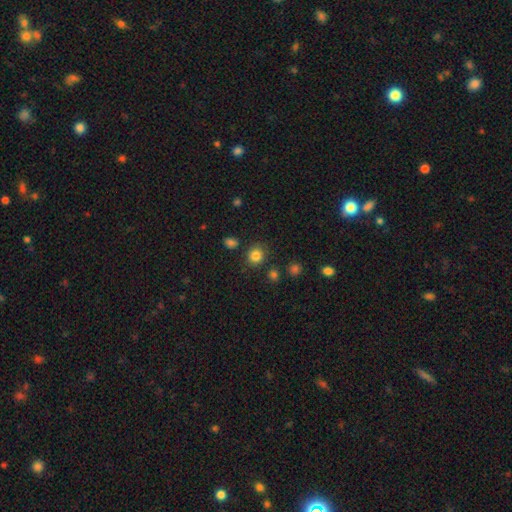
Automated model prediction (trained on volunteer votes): Smooth or featured?
  - smooth: 84% *
  - star or artifact: 12%
  - featured or disk: 4%
How rounded?
  - round: 87% *
  - in between: 12%
  - cigar-shaped: 1%
Merging?
  - none: 83% *
  - minor disturbance: 9%
  - merger: 5%
  - major disturbance: 3%